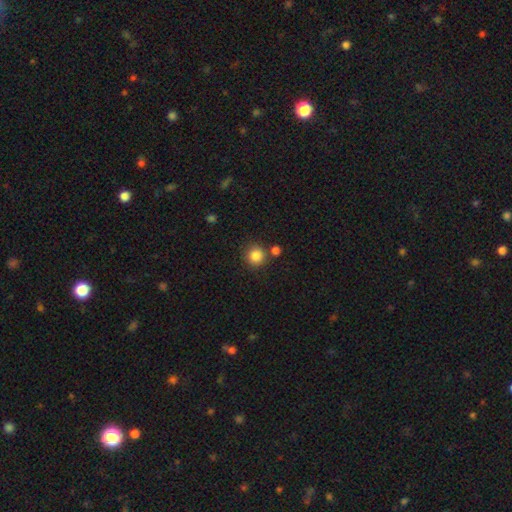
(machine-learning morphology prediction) Smooth or featured? Predicted: smooth (p=0.85). How rounded? Predicted: round (p=0.93). Merging? Predicted: none (p=0.79).